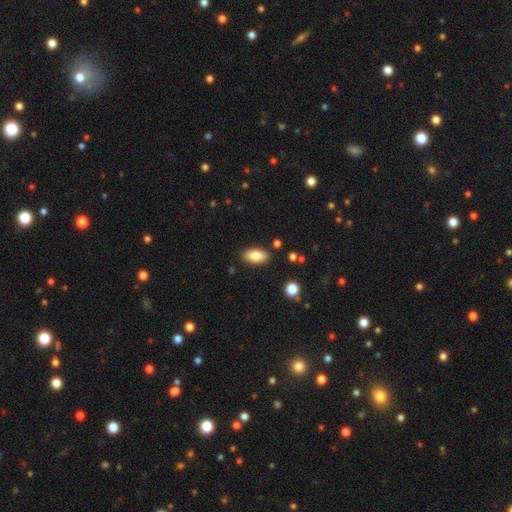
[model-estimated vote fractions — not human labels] smooth-or-featured: smooth: 82% | featured or disk: 10% | star or artifact: 7%
  how-rounded: in between: 92% | cigar-shaped: 5% | round: 4%
  merging: none: 87% | minor disturbance: 9% | major disturbance: 2% | merger: 2%